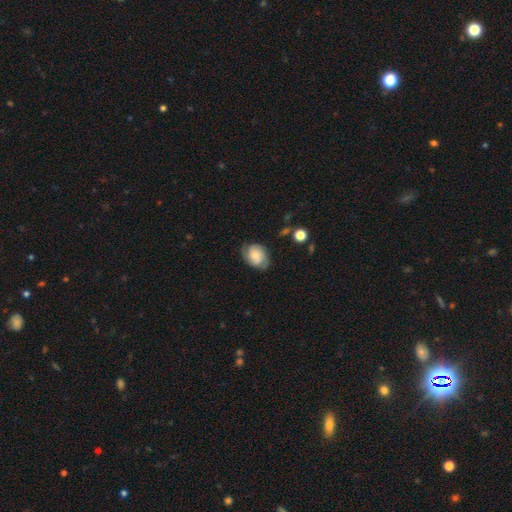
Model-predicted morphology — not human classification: A featured or disk galaxy (48%). Merging: none (66%).